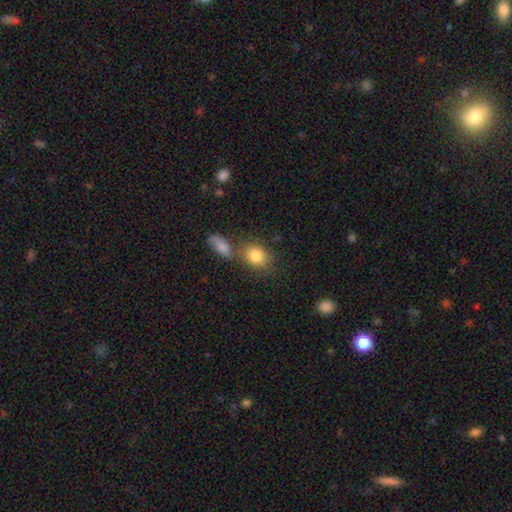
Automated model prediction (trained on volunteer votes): Smooth or featured? smooth (83%)
How rounded? in between (58%)
Merging? none (60%)